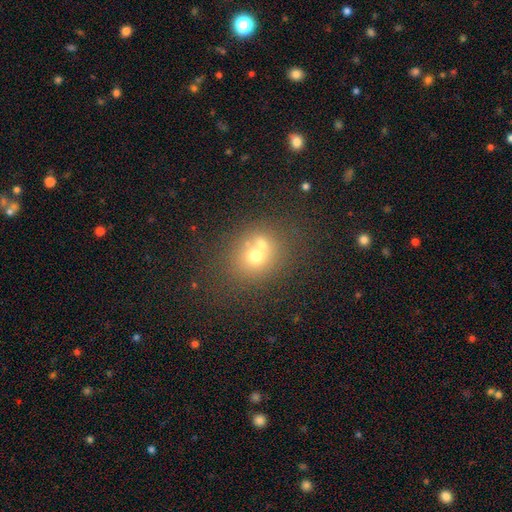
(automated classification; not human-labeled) A smooth galaxy with no disk features (64%) that is round (73%).

Vote fractions:
- Smooth or featured? smooth: 64% / featured or disk: 21% / star or artifact: 15%
- How rounded? round: 73% / in between: 26% / cigar-shaped: 1%
- Merging? merger: 47% / none: 41% / minor disturbance: 8% / major disturbance: 4%